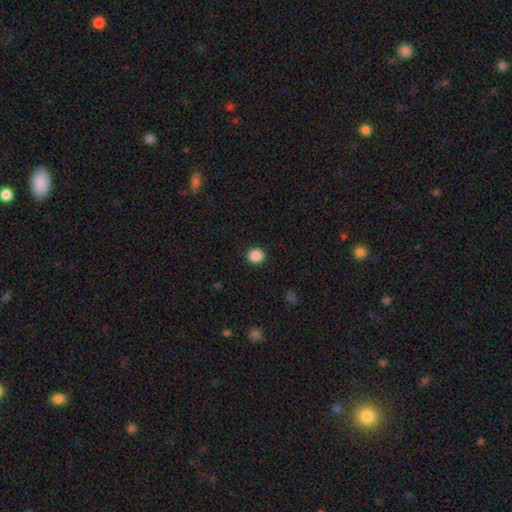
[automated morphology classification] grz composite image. It shows a smooth galaxy with no disk features (88%) that is round (79%). Merging: none (91%).